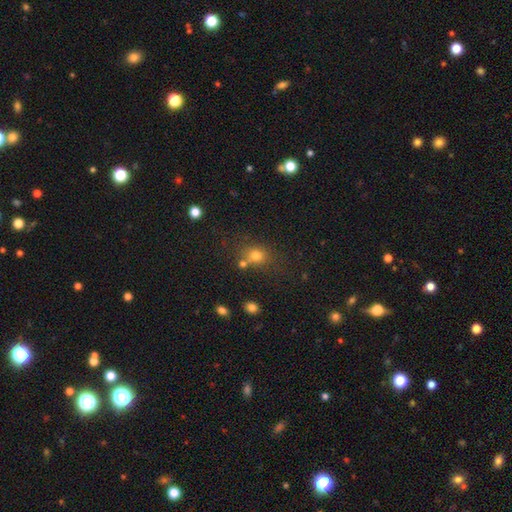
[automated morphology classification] Smooth or featured: smooth — 73% (star or artifact — 16%)
How rounded: round — 67% (in between — 32%)
Merging: none — 63% (merger — 18%)